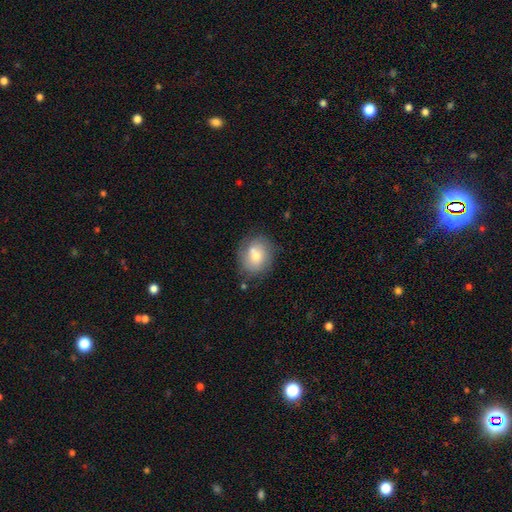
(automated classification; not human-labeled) The model was most divided on "how rounded": round: 61%, in between: 38%, cigar-shaped: 1%. More confident: merging — none (71%); smooth or featured — smooth (65%).